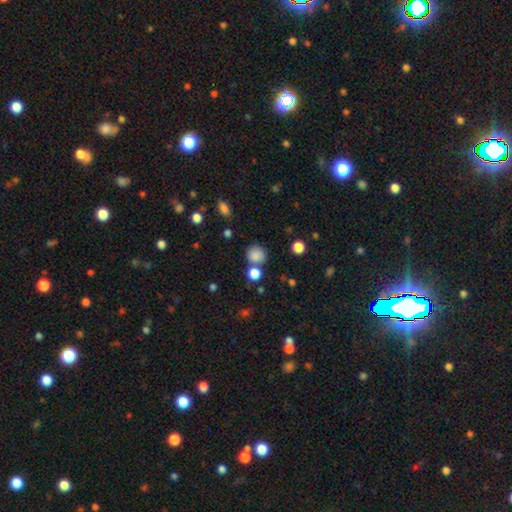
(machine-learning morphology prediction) Smooth or featured? smooth (83%)
How rounded? round (87%)
Merging? none (69%)